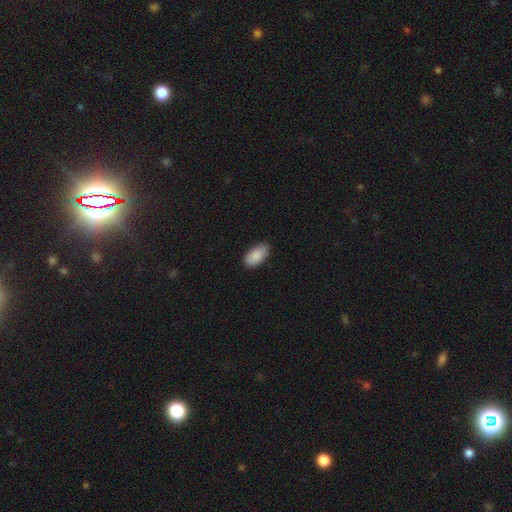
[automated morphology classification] type=smooth (90%); roundness=in between (95%); merging=none (85%).